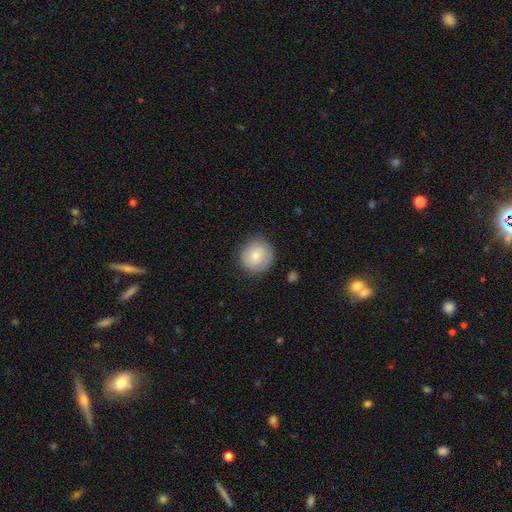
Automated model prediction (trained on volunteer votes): smooth-or-featured: smooth: 74% | featured or disk: 19% | star or artifact: 7%
  how-rounded: round: 92% | in between: 8% | cigar-shaped: 1%
  merging: none: 84% | minor disturbance: 12% | major disturbance: 3% | merger: 1%